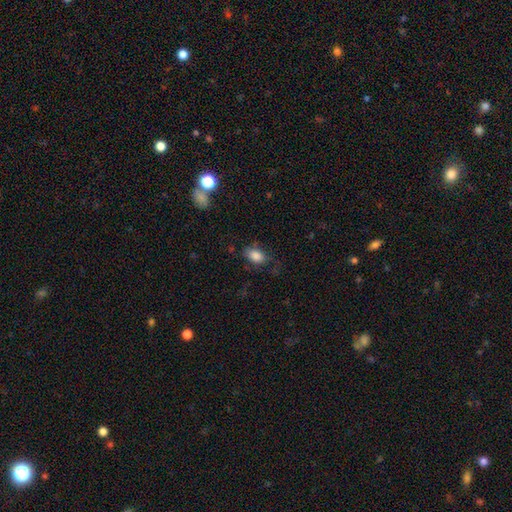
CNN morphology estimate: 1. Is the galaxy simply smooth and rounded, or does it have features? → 85% smooth, 9% star or artifact, 6% featured or disk.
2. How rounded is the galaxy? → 87% in between, 12% round, 2% cigar-shaped.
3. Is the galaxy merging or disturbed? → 68% none, 22% minor disturbance, 8% major disturbance, 2% merger.